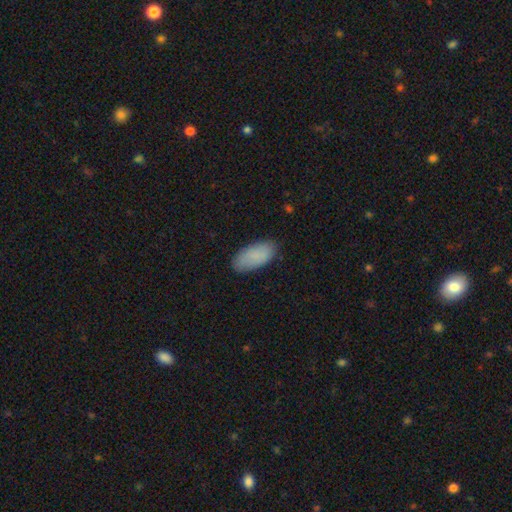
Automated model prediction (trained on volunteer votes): This appears to be a smooth galaxy with no disk features (85%) that is in between round and cigar-shaped (93%). Merging: none (83%).